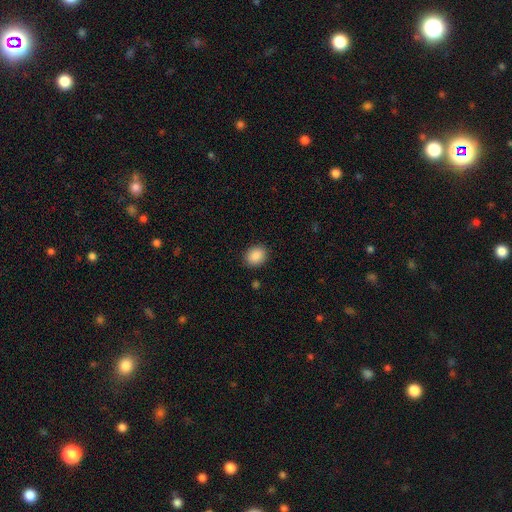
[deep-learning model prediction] Smooth or featured?
  - smooth: 89% *
  - star or artifact: 8%
  - featured or disk: 3%
How rounded?
  - round: 58% *
  - in between: 41%
  - cigar-shaped: 1%
Merging?
  - none: 89% *
  - minor disturbance: 8%
  - major disturbance: 2%
  - merger: 1%